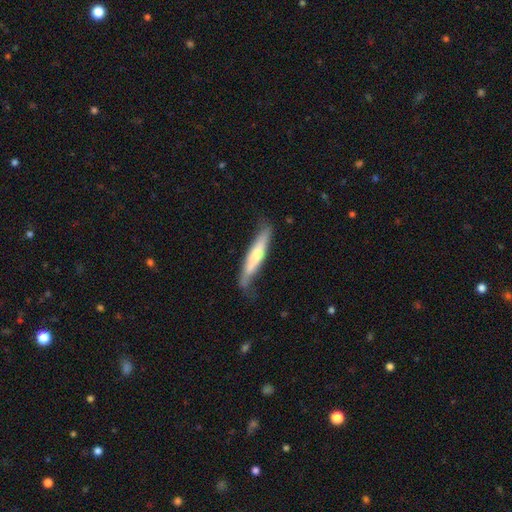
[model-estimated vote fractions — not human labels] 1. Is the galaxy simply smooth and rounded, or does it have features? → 64% smooth, 31% featured or disk, 5% star or artifact.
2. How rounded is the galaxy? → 89% cigar-shaped, 10% in between, 1% round.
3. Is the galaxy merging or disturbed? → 58% none, 30% minor disturbance, 9% major disturbance, 2% merger.